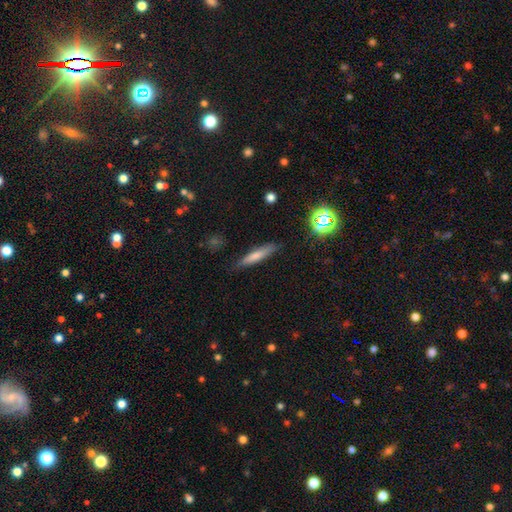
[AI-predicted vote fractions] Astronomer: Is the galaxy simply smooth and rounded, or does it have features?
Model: smooth — 70%.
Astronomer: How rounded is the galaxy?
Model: cigar-shaped — 88%.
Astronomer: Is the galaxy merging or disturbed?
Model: none — 82%.